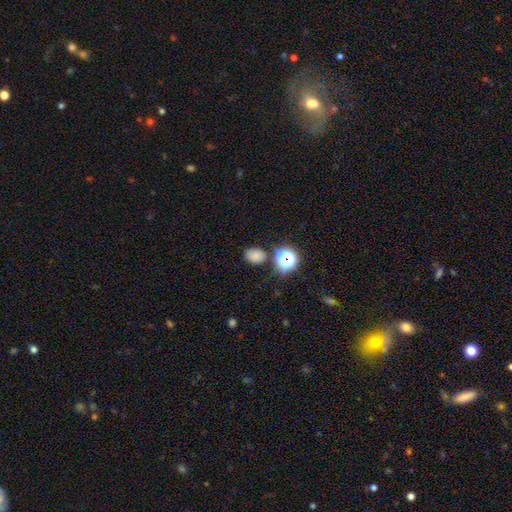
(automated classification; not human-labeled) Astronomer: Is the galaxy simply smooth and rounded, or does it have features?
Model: smooth — 75%.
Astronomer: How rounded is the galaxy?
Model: in between — 59% (runner-up: round, 40%).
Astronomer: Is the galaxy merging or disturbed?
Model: none — 75%.